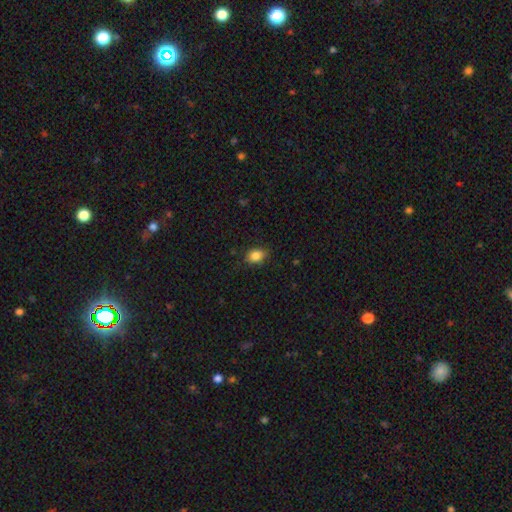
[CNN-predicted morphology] smooth 85%, star or artifact 10%, featured or disk 5%. Down the decision tree: how rounded — in between (69%); merging — none (80%).